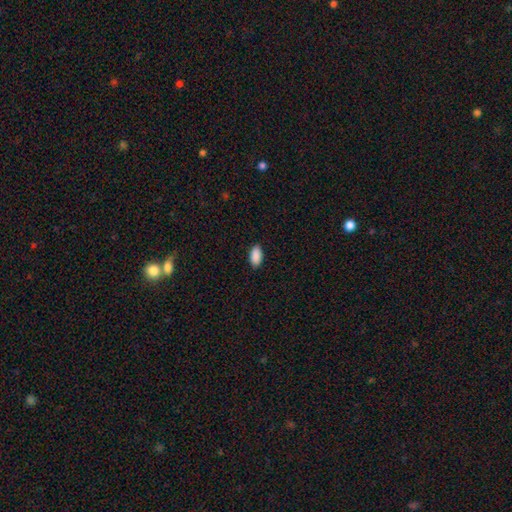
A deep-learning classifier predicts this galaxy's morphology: type=smooth (91%); roundness=in between (94%); merging=none (89%).